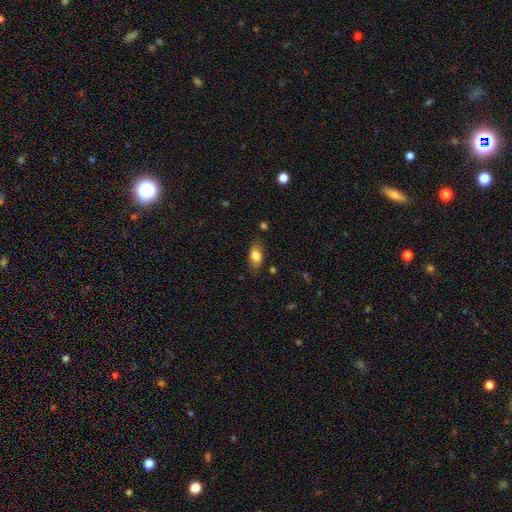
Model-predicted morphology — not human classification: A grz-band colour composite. It shows a smooth galaxy with no disk features (80%) that is in between round and cigar-shaped (87%). Merging: none (78%).